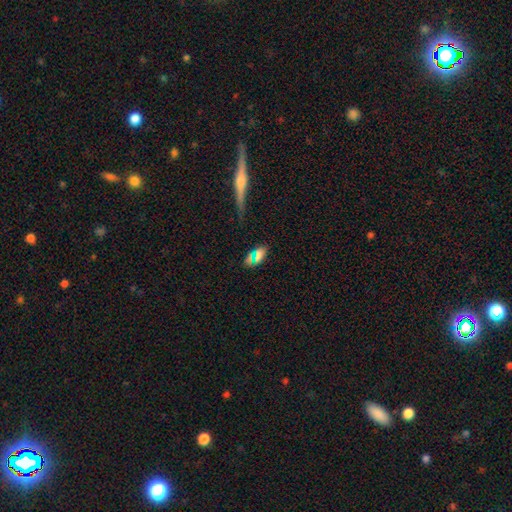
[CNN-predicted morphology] Smooth or featured?
  - smooth: 68% *
  - star or artifact: 17%
  - featured or disk: 15%
How rounded?
  - in between: 86% *
  - cigar-shaped: 8%
  - round: 6%
Merging?
  - none: 69% *
  - minor disturbance: 15%
  - merger: 10%
  - major disturbance: 6%